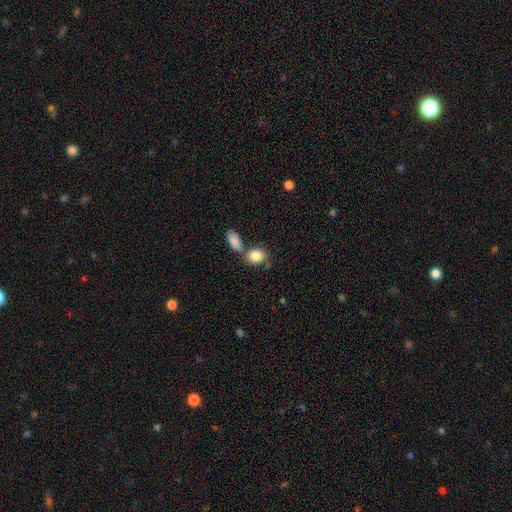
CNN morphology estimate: Smooth or featured? smooth (85%)
How rounded? in between (61%)
Merging? none (53%)